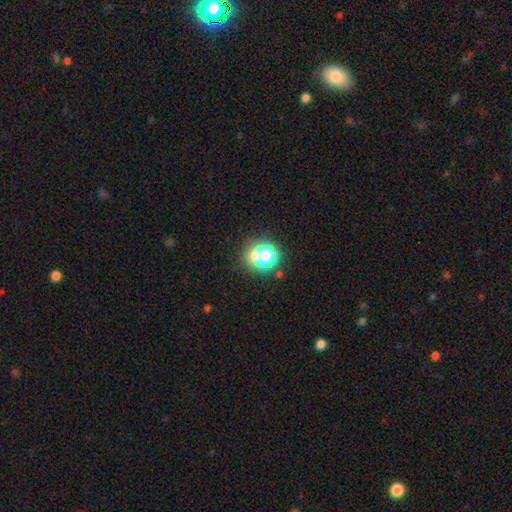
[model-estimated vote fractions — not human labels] smooth 57%, star or artifact 31%, featured or disk 12%. Down the decision tree: how rounded — round (81%); merging — none (71%).